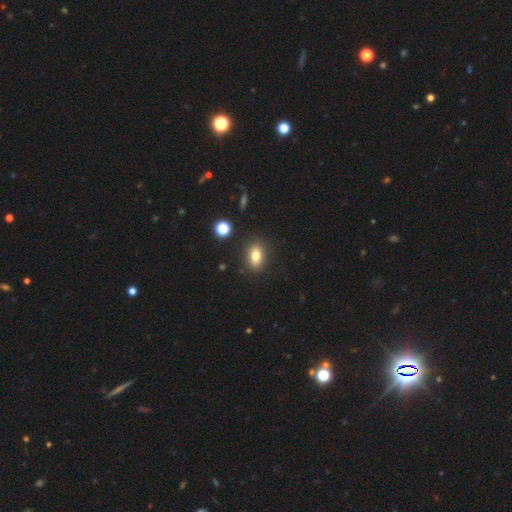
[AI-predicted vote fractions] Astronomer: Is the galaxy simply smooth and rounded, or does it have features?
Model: smooth — 78%.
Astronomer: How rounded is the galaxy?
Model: in between — 79%.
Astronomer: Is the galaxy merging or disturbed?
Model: none — 86%.